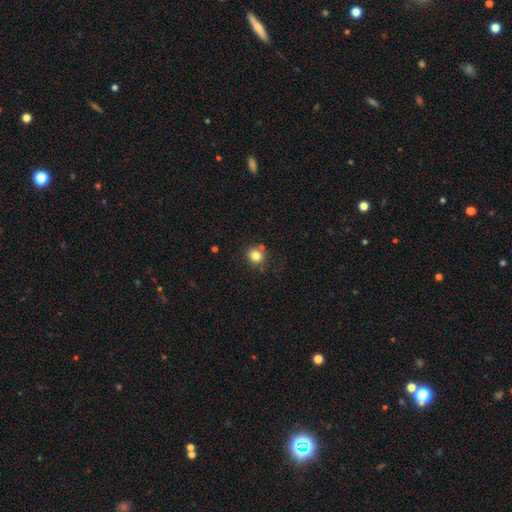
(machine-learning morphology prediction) Overall: smooth (81%). How rounded: round (83%). Merging: none (75%).